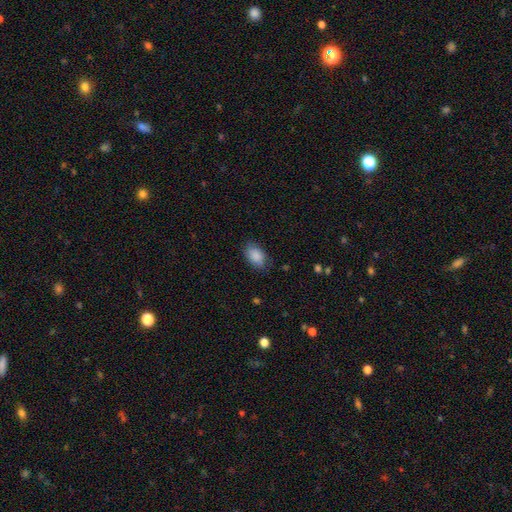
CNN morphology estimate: Smooth or featured? smooth (88%)
How rounded? in between (88%)
Merging? none (78%)